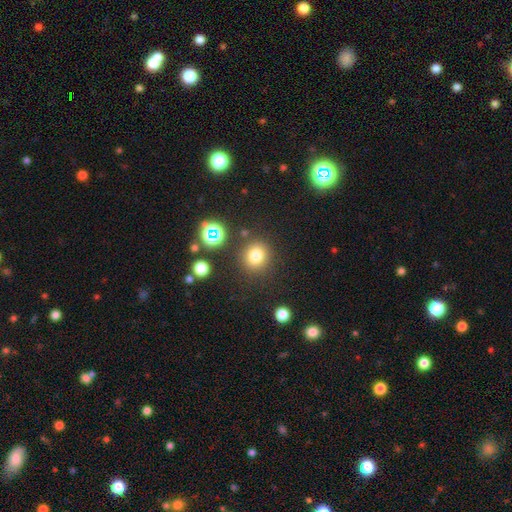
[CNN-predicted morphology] smooth-or-featured: smooth: 76% | star or artifact: 17% | featured or disk: 7%
  how-rounded: round: 85% | in between: 14% | cigar-shaped: 1%
  merging: none: 83% | minor disturbance: 9% | merger: 4% | major disturbance: 4%